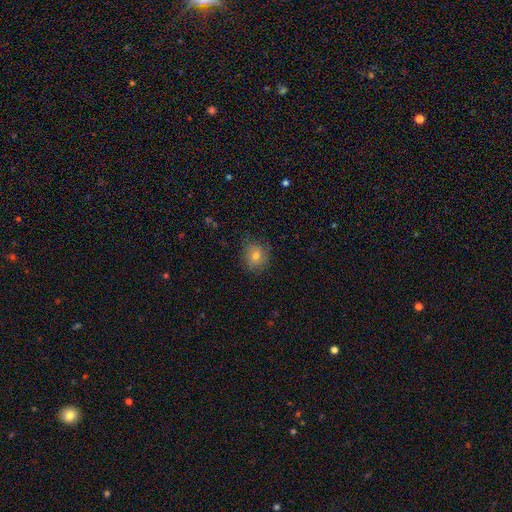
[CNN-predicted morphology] This is likely a smooth galaxy (64%). How rounded: likely round (72%). Merging: likely none (74%).